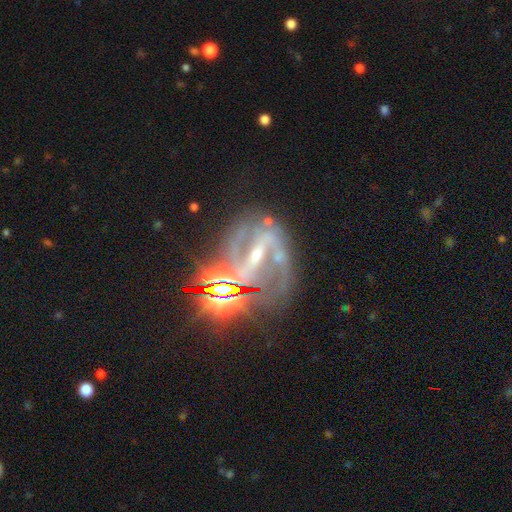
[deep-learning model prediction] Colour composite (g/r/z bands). It shows a featured or disk galaxy (80%) with a strong bar (67%), 2 (82%) medium (53%) spiral arms (94%) and a small central bulge (67%). Merging: none (56%).